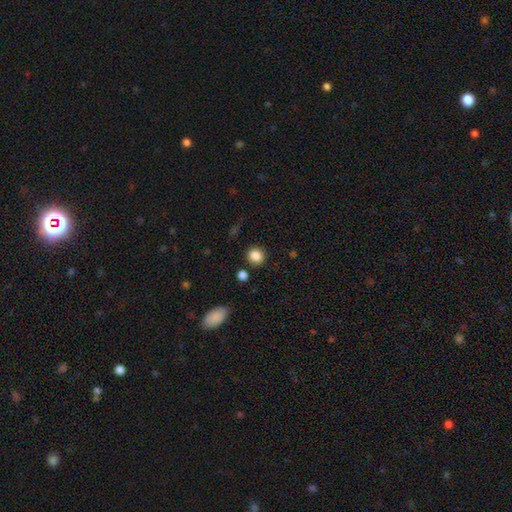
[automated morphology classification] Overall: smooth (86%). How rounded: round (82%). Merging: none (86%).